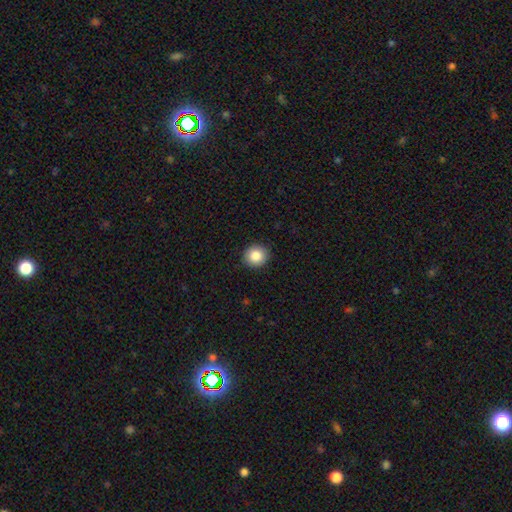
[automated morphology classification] smooth_or_featured: smooth (p=0.86) [alt: star or artifact p=0.09]
how_rounded: round (p=0.84) [alt: in between p=0.15]
merging: none (p=0.90) [alt: minor disturbance p=0.07]